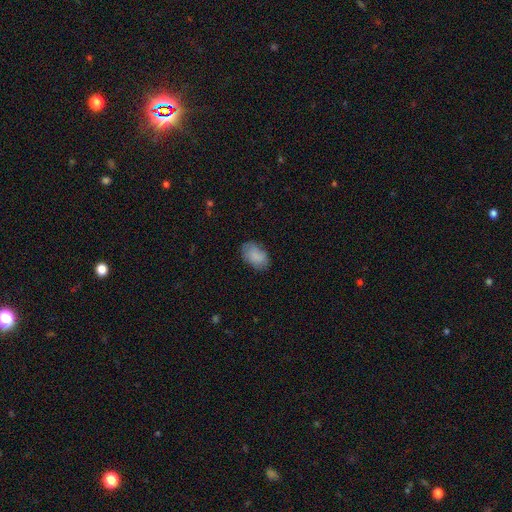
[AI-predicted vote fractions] Smooth or featured: smooth — 83% (featured or disk — 10%)
How rounded: in between — 89% (round — 10%)
Merging: none — 73% (minor disturbance — 20%)